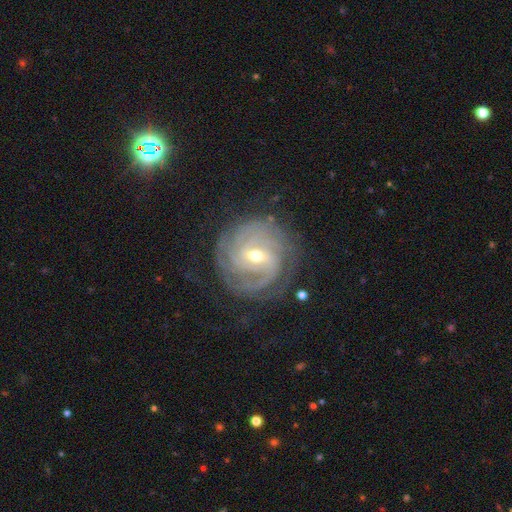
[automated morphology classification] A featured or disk galaxy (88%) with a weak bar (52%), tight (75%) spiral arms (97%) and a moderate central bulge (51%). Merging: none (79%).